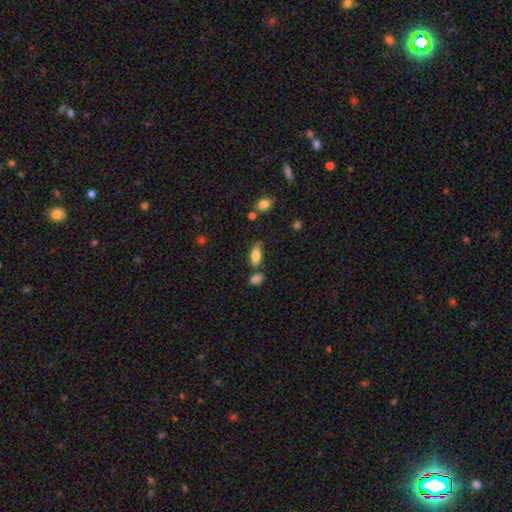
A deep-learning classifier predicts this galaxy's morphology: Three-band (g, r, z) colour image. It shows a smooth galaxy with no disk features (83%) that is in between round and cigar-shaped (81%). Merging: none (61%).